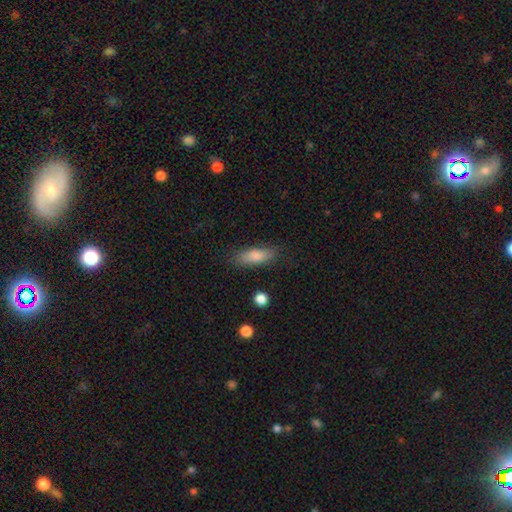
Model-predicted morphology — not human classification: This is likely a smooth galaxy (79%). How rounded: possibly in between (58%). Merging: clearly none (82%).